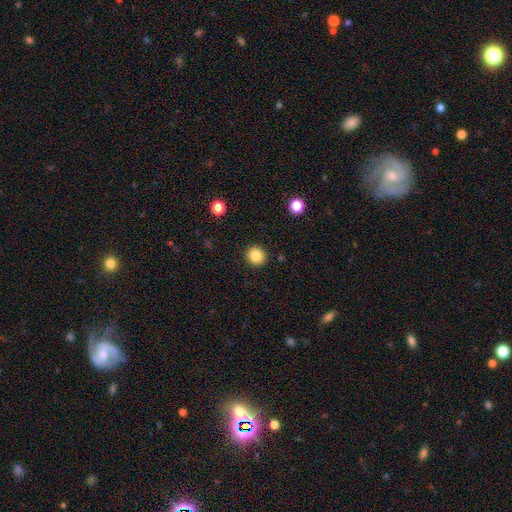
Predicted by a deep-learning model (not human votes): smooth 84%, star or artifact 11%, featured or disk 5%. Down the decision tree: how rounded — round (92%); merging — none (92%).